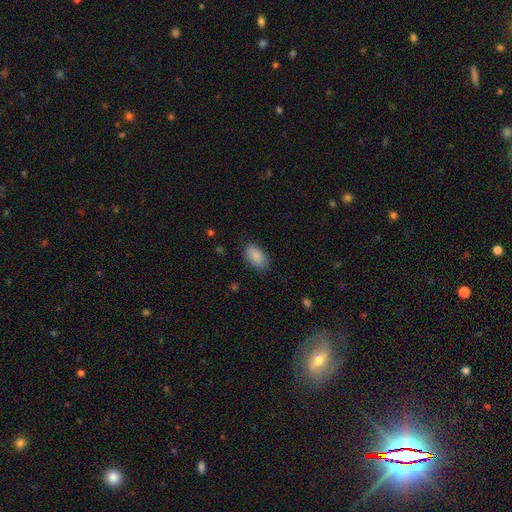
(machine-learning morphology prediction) A smooth galaxy with no disk features (88%) that is in between round and cigar-shaped (94%). Merging: none (84%).